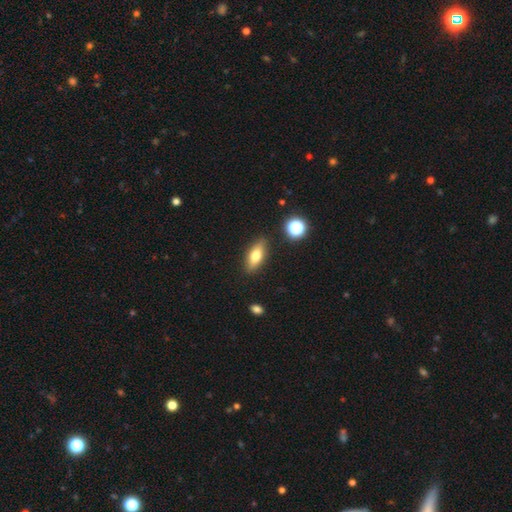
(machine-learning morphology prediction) This is likely a smooth galaxy (70%). How rounded: likely in between (72%). Merging: clearly none (86%).